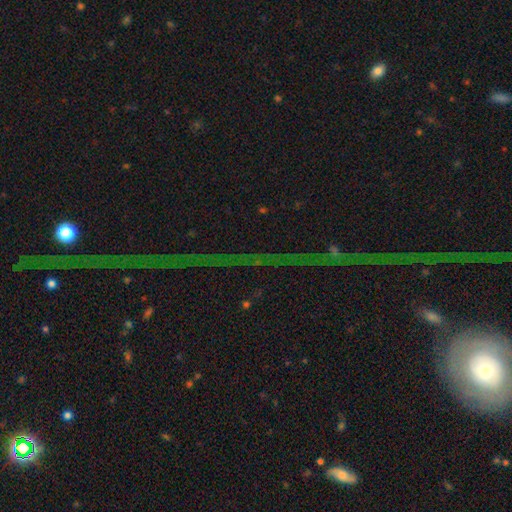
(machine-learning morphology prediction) This is likely a star or artifact rather than a galaxy (76%).